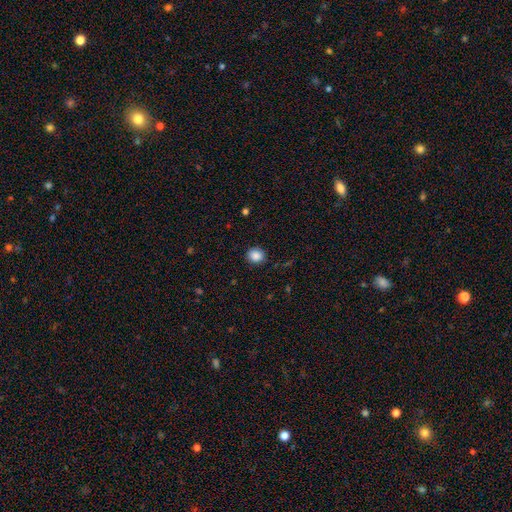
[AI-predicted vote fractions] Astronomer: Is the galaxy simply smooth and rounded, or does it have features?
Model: smooth — 87%.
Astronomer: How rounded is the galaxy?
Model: round — 80%.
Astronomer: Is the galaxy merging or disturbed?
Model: none — 88%.